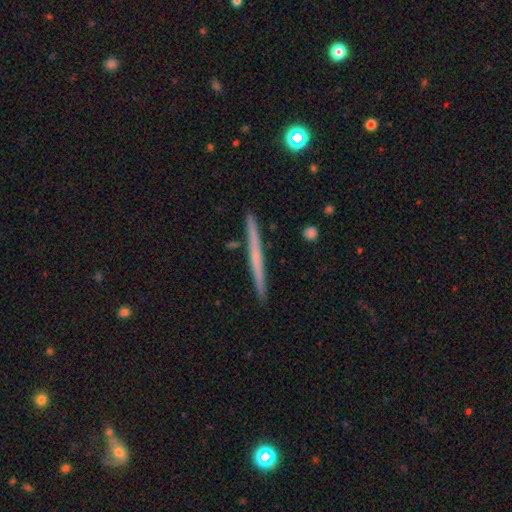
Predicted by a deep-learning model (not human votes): Morphology: type=featured or disk (52%); edge-on=yes (98%); edge-on bulge=none (86%); merging=none (92%).